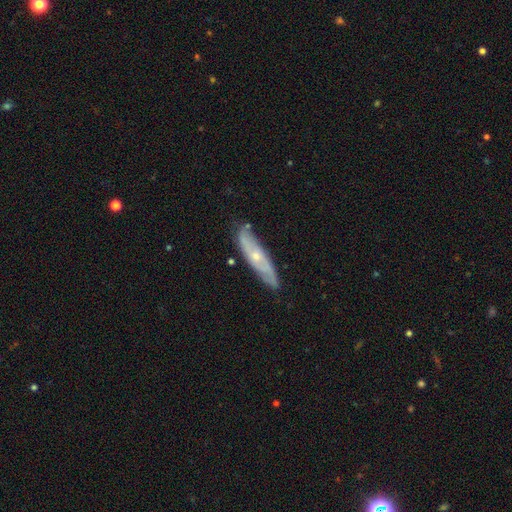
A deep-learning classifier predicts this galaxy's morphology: This appears to be a featured or disk galaxy (66%). Merging: none (80%).